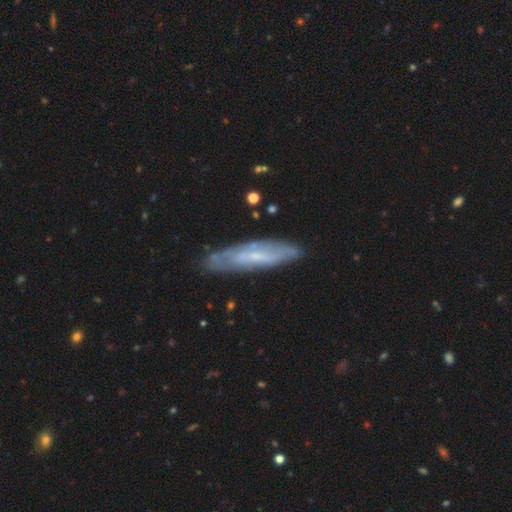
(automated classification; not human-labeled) Q: Smooth or featured?
A: featured or disk (61%); runner-up: smooth (33%)
Q: Edge-on disk?
A: no (58%); runner-up: yes (42%)
Q: Merging?
A: none (77%); runner-up: minor disturbance (16%)